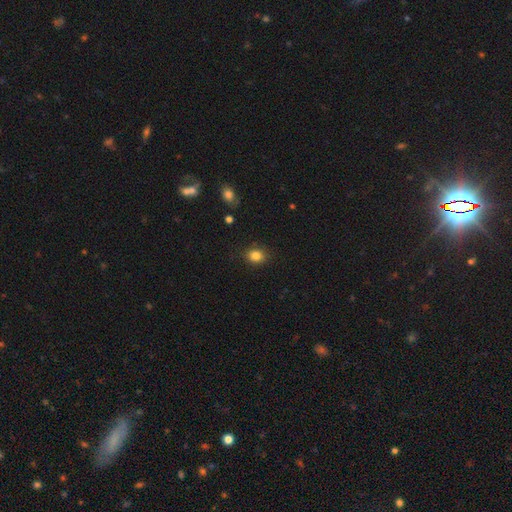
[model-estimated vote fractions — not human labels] This is clearly a smooth galaxy (84%). How rounded: possibly round (54%). Merging: clearly none (86%).